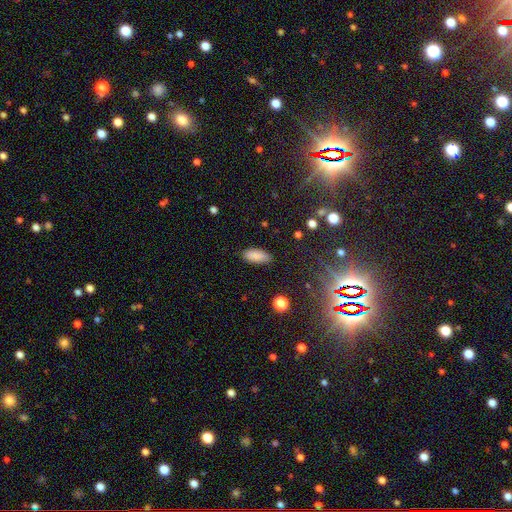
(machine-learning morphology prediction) smooth-or-featured: smooth: 87% | star or artifact: 8% | featured or disk: 5%
  how-rounded: in between: 84% | cigar-shaped: 14% | round: 2%
  merging: none: 86% | minor disturbance: 11% | major disturbance: 2% | merger: 1%